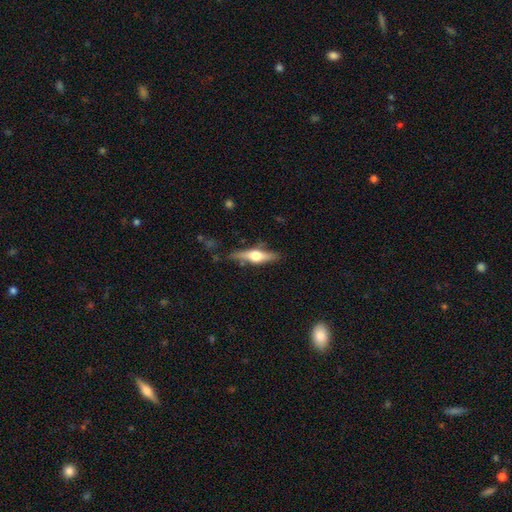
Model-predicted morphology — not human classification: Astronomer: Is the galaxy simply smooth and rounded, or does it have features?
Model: featured or disk — 62%.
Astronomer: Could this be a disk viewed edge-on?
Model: yes — 95%.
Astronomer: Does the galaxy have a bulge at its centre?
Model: rounded — 93%.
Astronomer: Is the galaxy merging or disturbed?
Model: none — 79%.